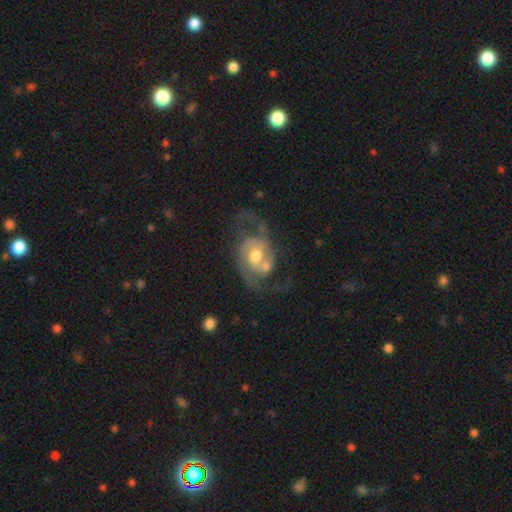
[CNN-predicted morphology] Smooth or featured? Predicted: featured or disk (p=0.86). Edge-on disk? Predicted: no (p=0.98). Bar? Predicted: no (p=0.60). Spiral arms? Predicted: yes (p=0.95). Spiral winding? Predicted: medium (p=0.51). Spiral arm count? Predicted: 2 (p=0.87). Bulge size? Predicted: moderate (p=0.72). Merging? Predicted: none (p=0.52).